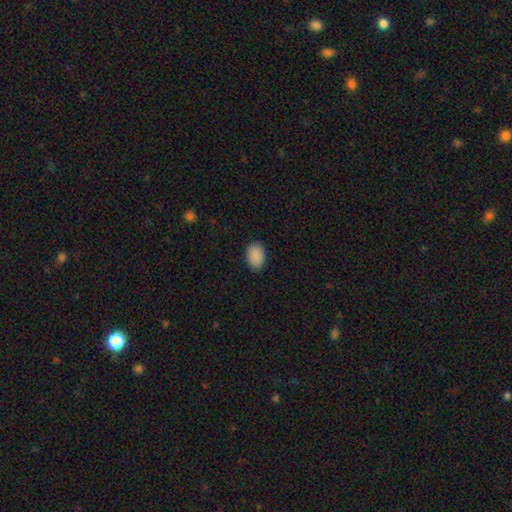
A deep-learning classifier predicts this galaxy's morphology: type=smooth (90%); roundness=in between (82%); merging=none (87%).